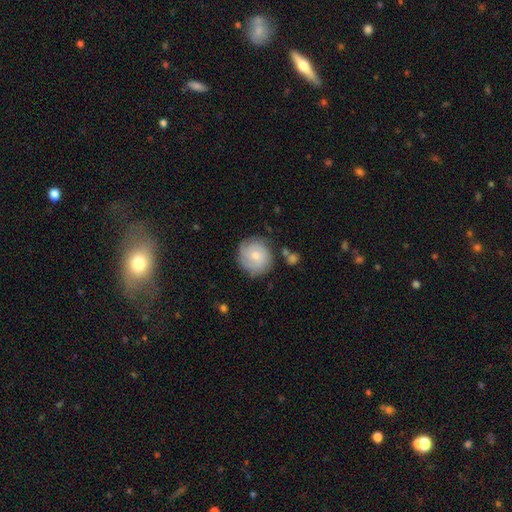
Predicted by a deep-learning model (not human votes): Q: Smooth or featured?
A: featured or disk (47%); runner-up: smooth (45%)
Q: Merging?
A: none (76%); runner-up: minor disturbance (16%)